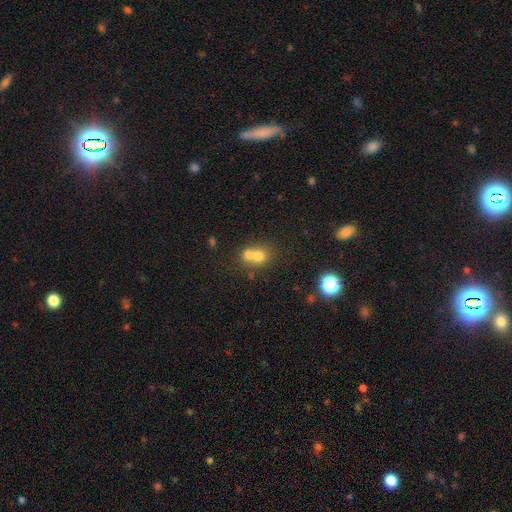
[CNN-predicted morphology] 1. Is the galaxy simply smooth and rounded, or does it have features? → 71% smooth, 16% featured or disk, 13% star or artifact.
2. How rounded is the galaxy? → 73% round, 26% in between, 1% cigar-shaped.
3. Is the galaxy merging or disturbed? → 64% merger, 28% none, 6% minor disturbance, 3% major disturbance.